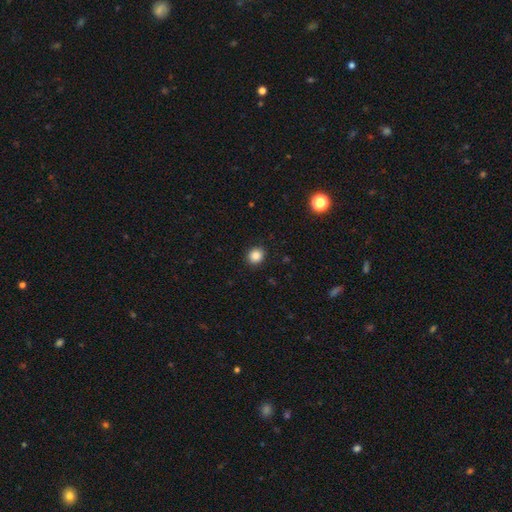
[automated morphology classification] smooth 86%, star or artifact 10%, featured or disk 3%. Down the decision tree: how rounded — round (76%); merging — none (91%).